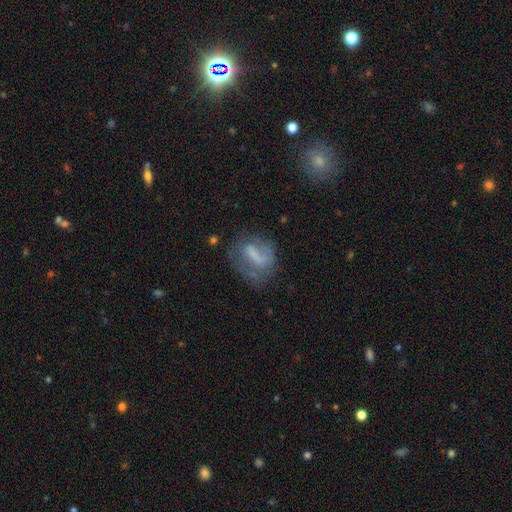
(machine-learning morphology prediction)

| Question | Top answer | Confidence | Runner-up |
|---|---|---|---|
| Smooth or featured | featured or disk | 46% | smooth (44%) |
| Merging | none | 44% | major disturbance (26%) |